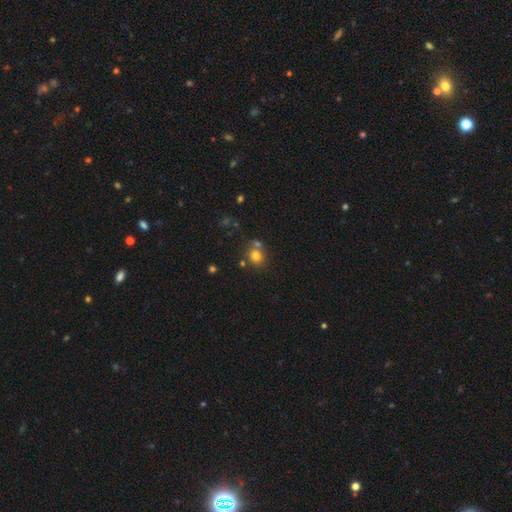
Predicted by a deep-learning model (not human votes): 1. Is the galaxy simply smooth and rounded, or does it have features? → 77% smooth, 14% star or artifact, 9% featured or disk.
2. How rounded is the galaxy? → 79% round, 20% in between, 1% cigar-shaped.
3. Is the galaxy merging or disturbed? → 62% none, 24% merger, 11% minor disturbance, 4% major disturbance.